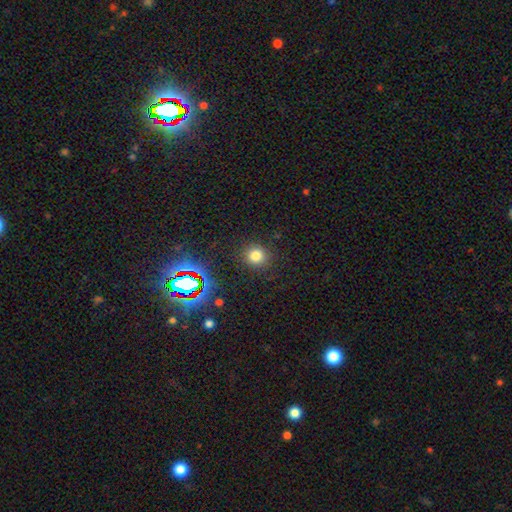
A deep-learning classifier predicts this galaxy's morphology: The model was most divided on "smooth or featured": smooth: 77%, star or artifact: 18%, featured or disk: 6%. More confident: how rounded — round (90%); merging — none (88%).